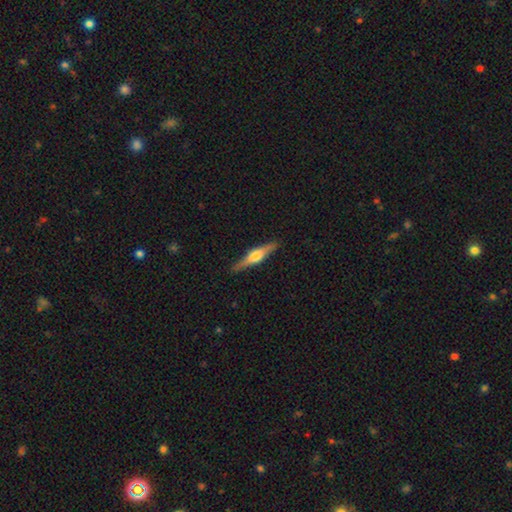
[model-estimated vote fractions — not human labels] Morphology: type=featured or disk (71%); edge-on=yes (97%); edge-on bulge=rounded (91%); merging=none (90%).